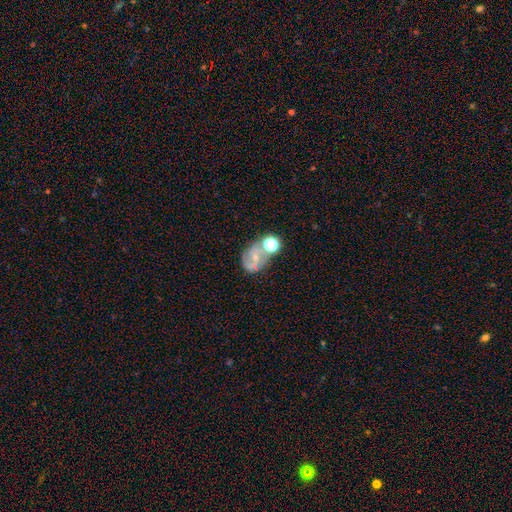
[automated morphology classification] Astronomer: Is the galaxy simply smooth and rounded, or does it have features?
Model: featured or disk — 47% (runner-up: smooth, 36%).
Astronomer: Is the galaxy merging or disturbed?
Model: none — 41% (runner-up: merger, 29%).